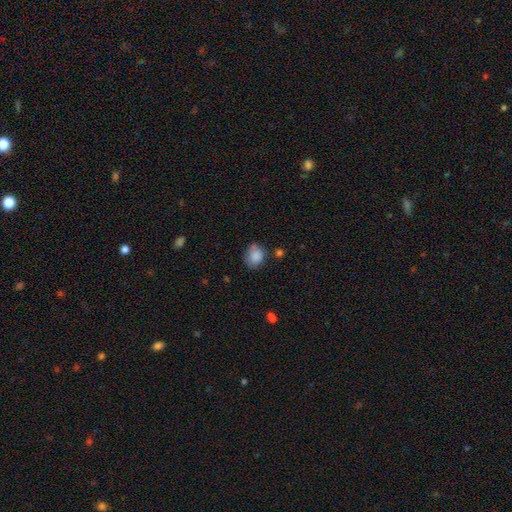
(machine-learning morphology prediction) smooth 83%, star or artifact 9%, featured or disk 7%. Down the decision tree: how rounded — round (60%); merging — none (60%).